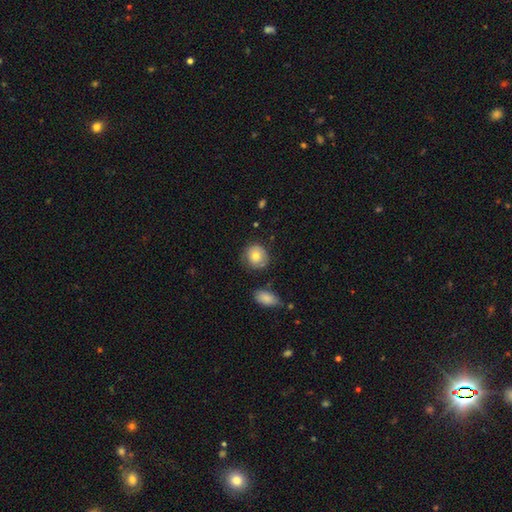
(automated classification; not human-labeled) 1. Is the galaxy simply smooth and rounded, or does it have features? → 73% smooth, 20% featured or disk, 8% star or artifact.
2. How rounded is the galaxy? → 83% round, 16% in between, 1% cigar-shaped.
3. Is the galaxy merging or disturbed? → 74% none, 18% minor disturbance, 5% major disturbance, 3% merger.